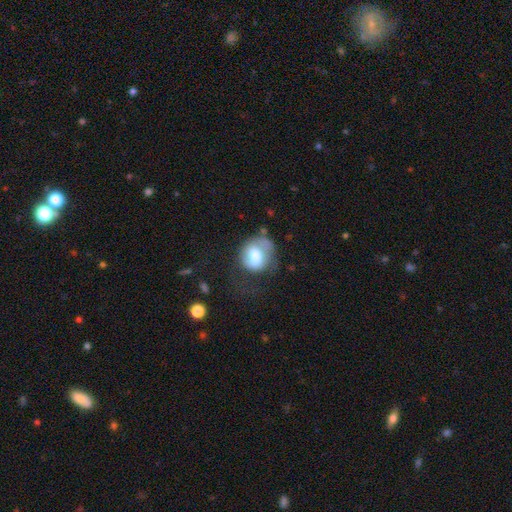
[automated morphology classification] The model was most divided on "merging": none: 39%, major disturbance: 29%, minor disturbance: 27%, merger: 4%. More confident: how rounded — round (66%); smooth or featured — smooth (64%).